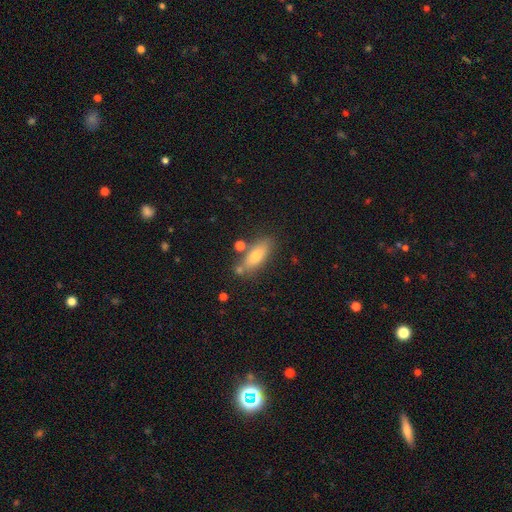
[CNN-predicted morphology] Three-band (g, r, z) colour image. It shows a smooth galaxy with no disk features (69%) that is in between round and cigar-shaped (70%). Merging: none (75%).